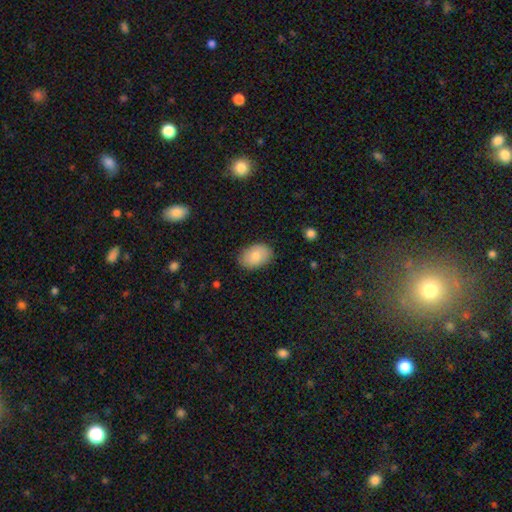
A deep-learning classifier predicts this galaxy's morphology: type=smooth (77%); roundness=in between (84%); merging=none (82%).